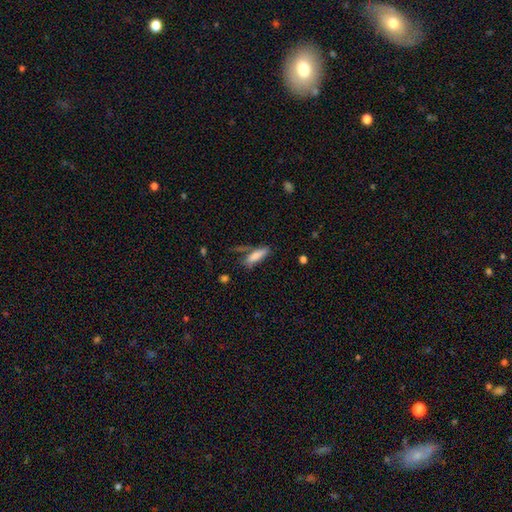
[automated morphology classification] smooth 78%, featured or disk 15%, star or artifact 8%. Down the decision tree: how rounded — cigar-shaped (60%); merging — none (52%).